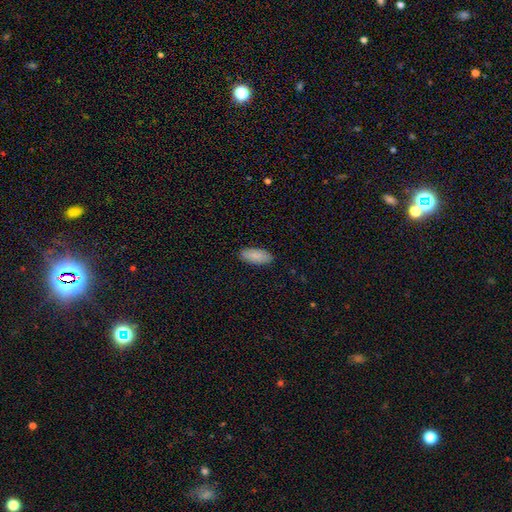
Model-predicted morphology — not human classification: Smooth or featured? Predicted: smooth (p=0.88). How rounded? Predicted: in between (p=0.86). Merging? Predicted: none (p=0.88).